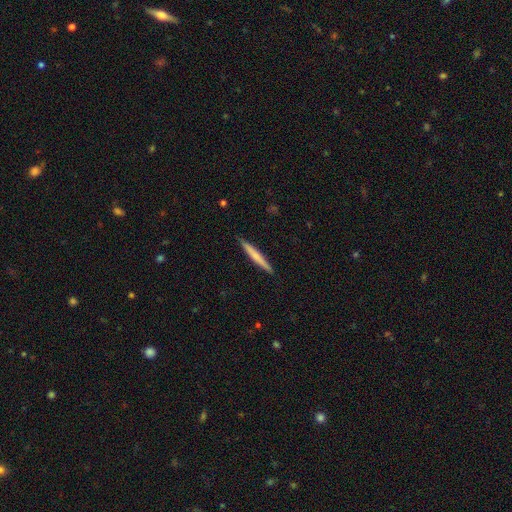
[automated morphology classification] A smooth galaxy with no disk features (60%) that is cigar-shaped (96%).

Vote fractions:
- Smooth or featured? smooth: 60% / featured or disk: 35% / star or artifact: 5%
- How rounded? cigar-shaped: 96% / in between: 2% / round: 1%
- Merging? none: 91% / minor disturbance: 7% / major disturbance: 1% / merger: 1%